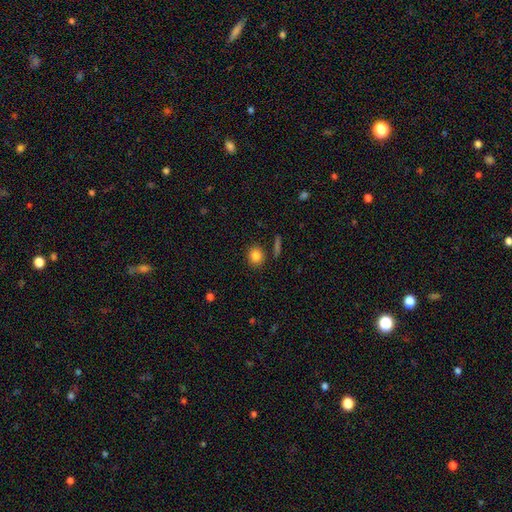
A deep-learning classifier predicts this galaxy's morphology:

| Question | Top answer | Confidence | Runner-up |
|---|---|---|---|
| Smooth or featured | smooth | 84% | star or artifact (10%) |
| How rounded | round | 78% | in between (21%) |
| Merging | none | 87% | minor disturbance (7%) |